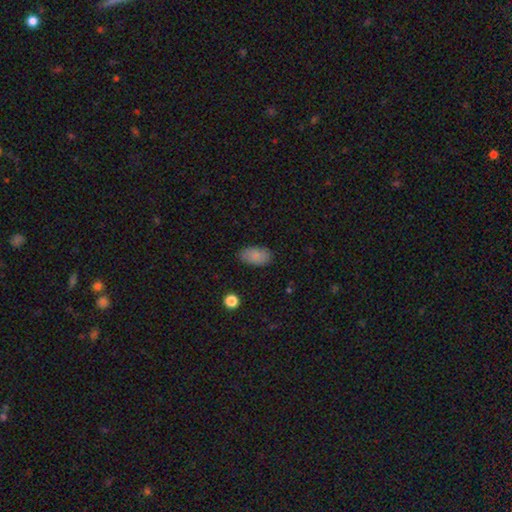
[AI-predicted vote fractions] Smooth or featured?
  - smooth: 83% *
  - featured or disk: 9%
  - star or artifact: 8%
How rounded?
  - in between: 94% *
  - round: 4%
  - cigar-shaped: 2%
Merging?
  - none: 83% *
  - minor disturbance: 13%
  - major disturbance: 3%
  - merger: 1%